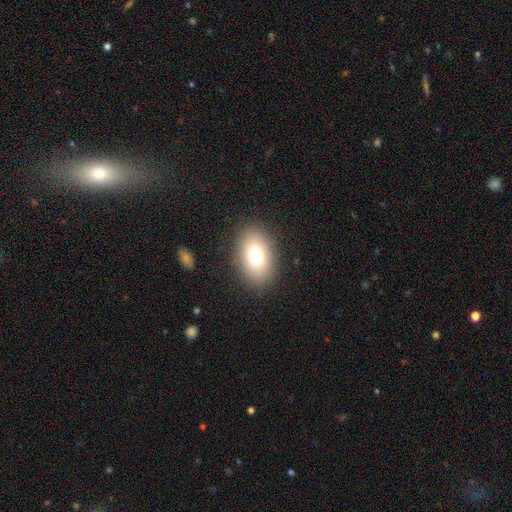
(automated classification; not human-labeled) Smooth or featured? smooth (76%)
How rounded? in between (83%)
Merging? none (86%)